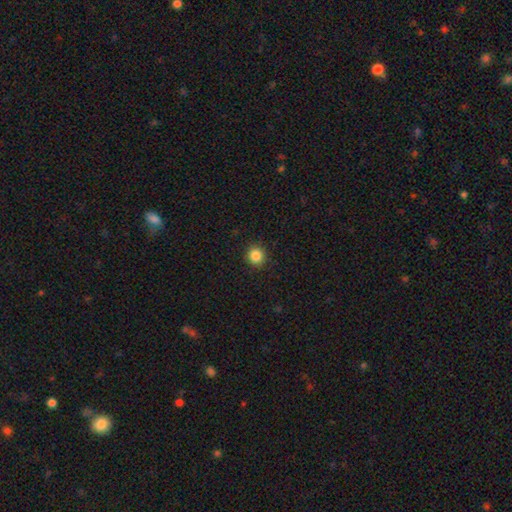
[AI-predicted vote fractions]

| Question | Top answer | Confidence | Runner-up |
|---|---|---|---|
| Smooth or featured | smooth | 86% | star or artifact (11%) |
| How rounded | round | 91% | in between (8%) |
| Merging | none | 91% | minor disturbance (6%) |